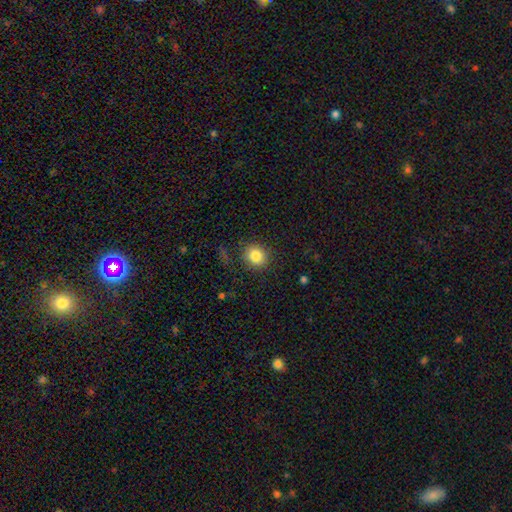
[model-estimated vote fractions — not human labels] smooth-or-featured: smooth: 84% | star or artifact: 10% | featured or disk: 6%
  how-rounded: round: 71% | in between: 28% | cigar-shaped: 1%
  merging: none: 85% | minor disturbance: 10% | major disturbance: 4% | merger: 1%